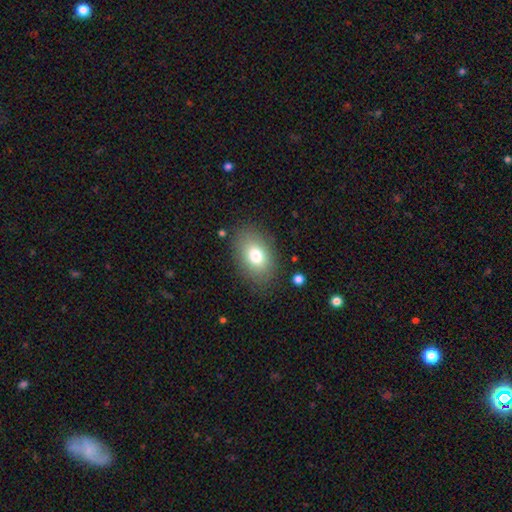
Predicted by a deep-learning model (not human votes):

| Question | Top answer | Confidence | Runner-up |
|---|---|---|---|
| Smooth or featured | smooth | 77% | featured or disk (13%) |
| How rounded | in between | 81% | round (17%) |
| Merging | none | 82% | minor disturbance (11%) |